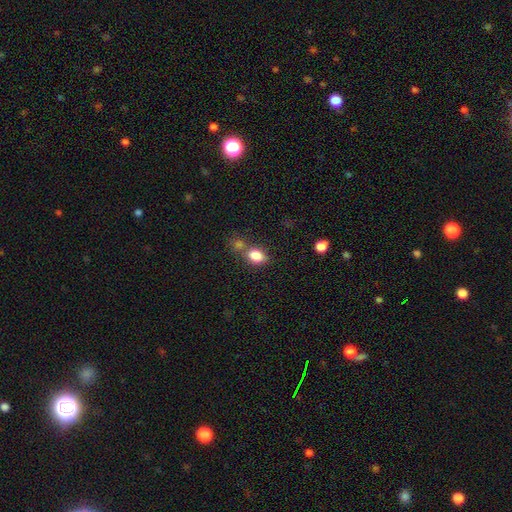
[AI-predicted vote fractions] This is clearly a smooth galaxy (84%). How rounded: likely in between (74%). Merging: possibly none (53%).